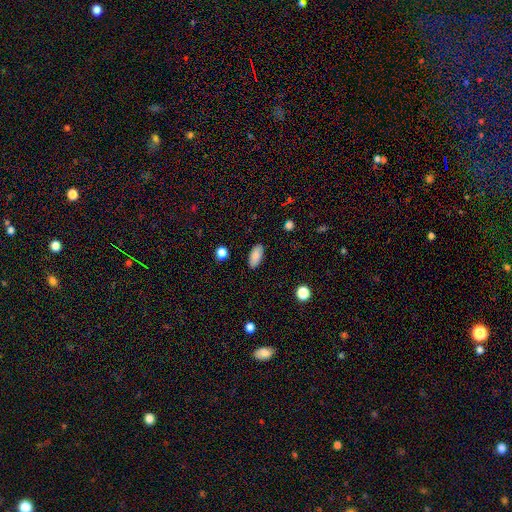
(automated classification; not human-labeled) Morphology: type=smooth (87%); roundness=in between (91%); merging=none (88%).